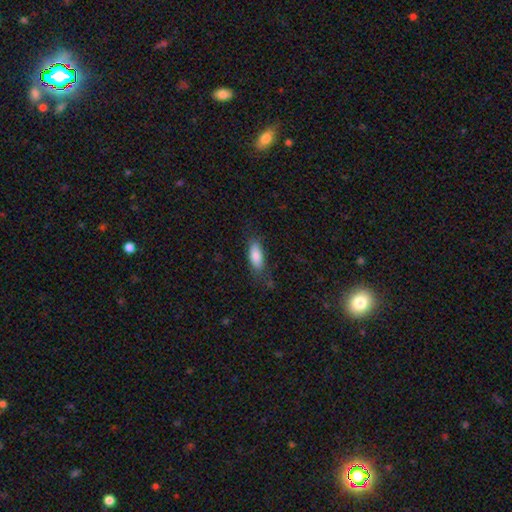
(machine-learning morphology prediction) A smooth galaxy with no disk features (82%) that is in between round and cigar-shaped (75%).

Vote fractions:
- Smooth or featured? smooth: 82% / featured or disk: 11% / star or artifact: 7%
- How rounded? in between: 75% / cigar-shaped: 23% / round: 2%
- Merging? none: 73% / minor disturbance: 19% / major disturbance: 6% / merger: 2%